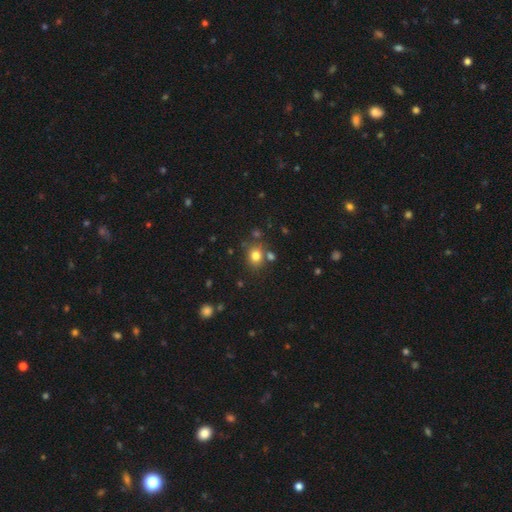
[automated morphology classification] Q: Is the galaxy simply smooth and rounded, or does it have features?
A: smooth — 77%.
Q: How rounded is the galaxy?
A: round — 65%.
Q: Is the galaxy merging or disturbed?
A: none — 72%.